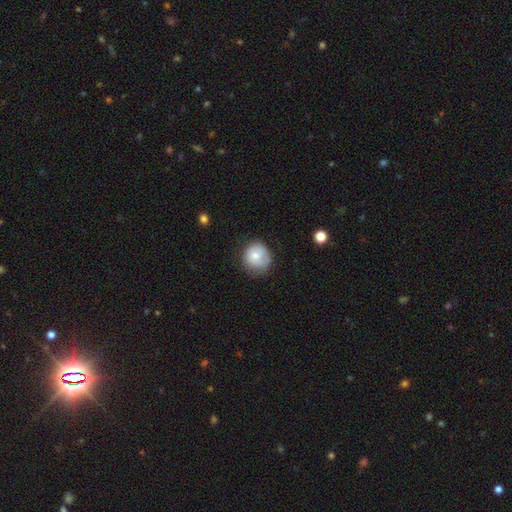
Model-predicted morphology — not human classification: This appears to be a smooth galaxy with no disk features (70%) that is round (85%). Merging: none (63%).